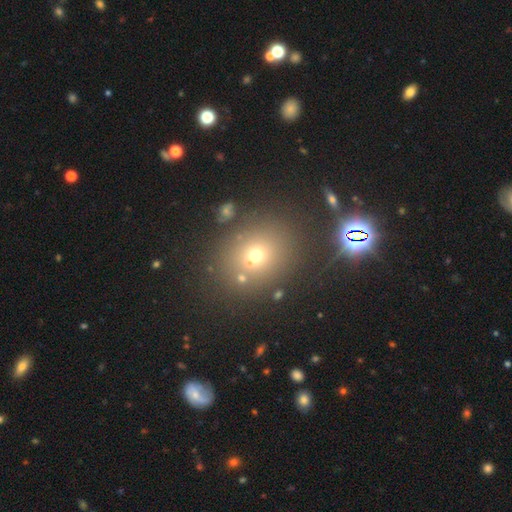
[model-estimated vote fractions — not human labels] This appears to be a smooth galaxy with no disk features (61%) that is round (70%). Merging: none (71%).